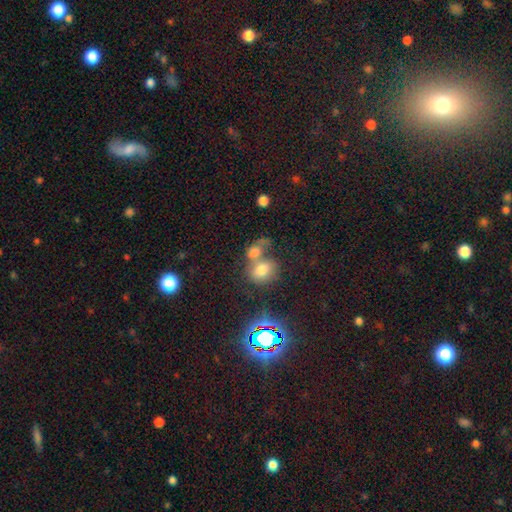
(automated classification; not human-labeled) Smooth or featured: smooth — 59% (star or artifact — 24%)
How rounded: in between — 52% (round — 46%)
Merging: merger — 52% (none — 34%)